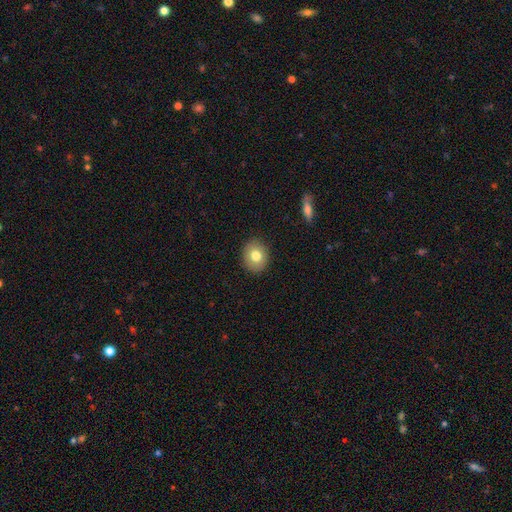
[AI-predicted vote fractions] Smooth or featured: smooth — 78% (featured or disk — 13%)
How rounded: round — 65% (in between — 34%)
Merging: none — 90% (minor disturbance — 7%)